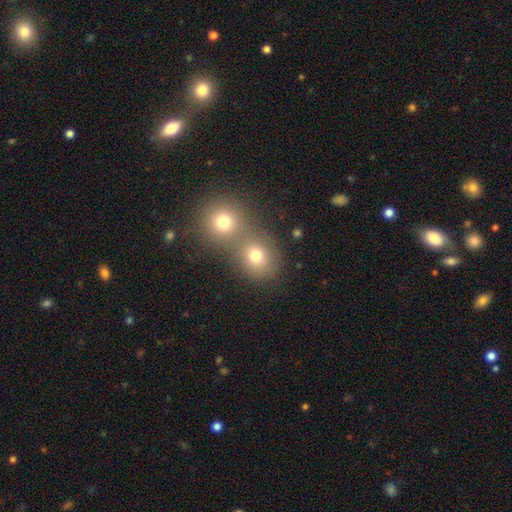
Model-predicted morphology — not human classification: type=smooth (75%); roundness=round (73%); merging=merger (51%).